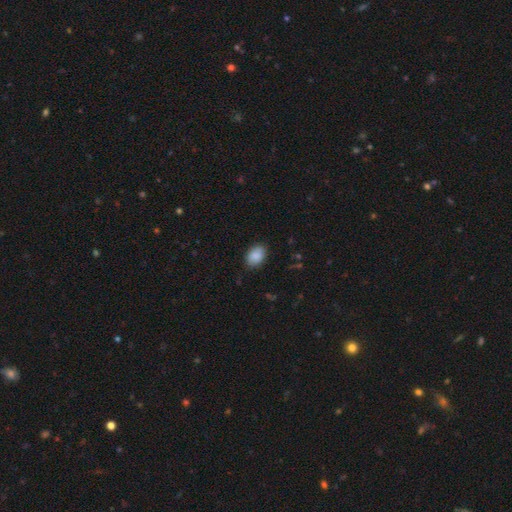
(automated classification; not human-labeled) Smooth or featured? Predicted: smooth (p=0.89). How rounded? Predicted: in between (p=0.83). Merging? Predicted: none (p=0.83).